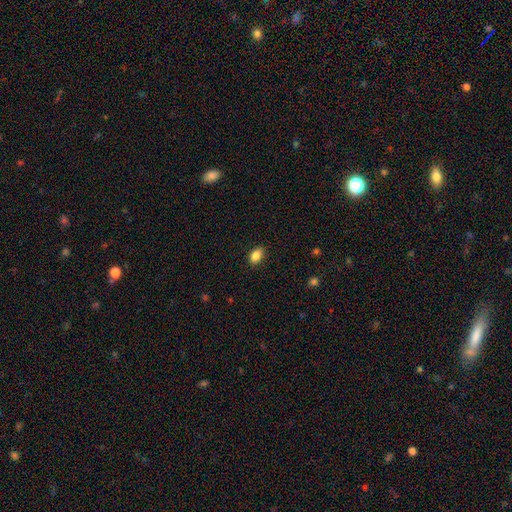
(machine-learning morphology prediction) smooth-or-featured: smooth: 85% | star or artifact: 9% | featured or disk: 6%
  how-rounded: in between: 86% | round: 12% | cigar-shaped: 2%
  merging: none: 87% | minor disturbance: 10% | major disturbance: 2% | merger: 1%